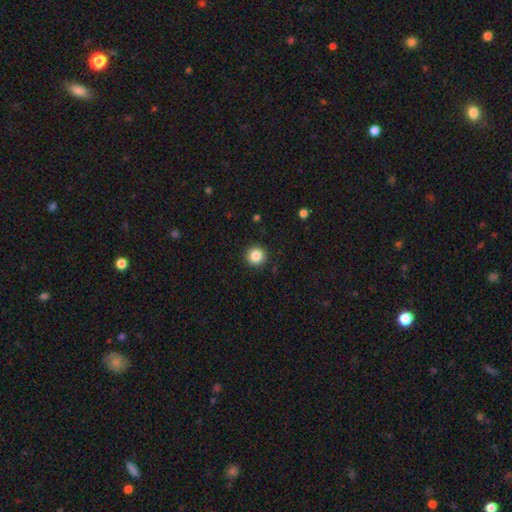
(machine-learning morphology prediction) Smooth or featured? Predicted: smooth (p=0.86). How rounded? Predicted: round (p=0.95). Merging? Predicted: none (p=0.92).